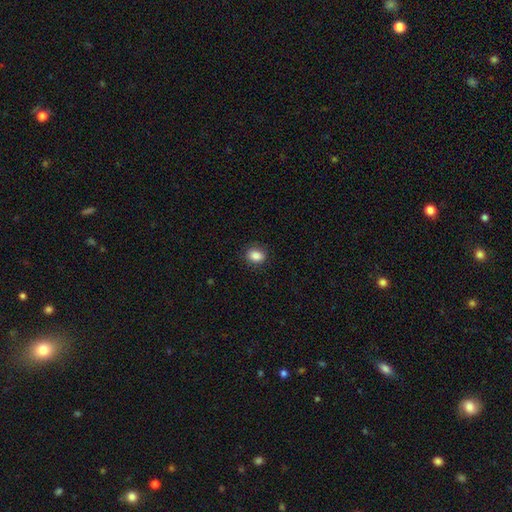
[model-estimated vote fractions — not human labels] Smooth or featured?
  - smooth: 86% *
  - star or artifact: 9%
  - featured or disk: 5%
How rounded?
  - in between: 61% *
  - round: 38%
  - cigar-shaped: 1%
Merging?
  - none: 87% *
  - minor disturbance: 9%
  - major disturbance: 3%
  - merger: 1%